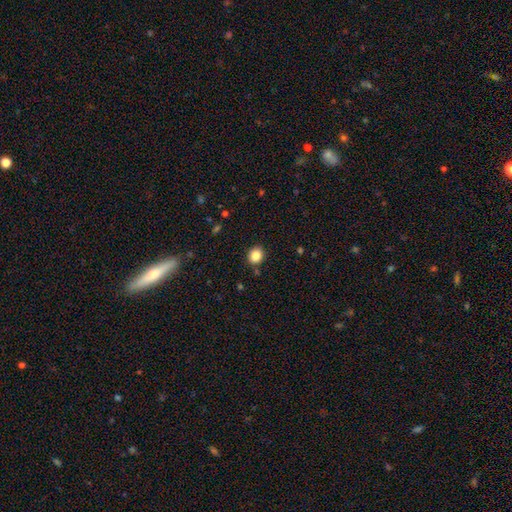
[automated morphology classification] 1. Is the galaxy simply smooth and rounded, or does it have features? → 85% smooth, 10% star or artifact, 5% featured or disk.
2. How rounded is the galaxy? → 68% round, 31% in between, 1% cigar-shaped.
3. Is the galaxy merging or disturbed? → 89% none, 7% minor disturbance, 2% merger, 2% major disturbance.